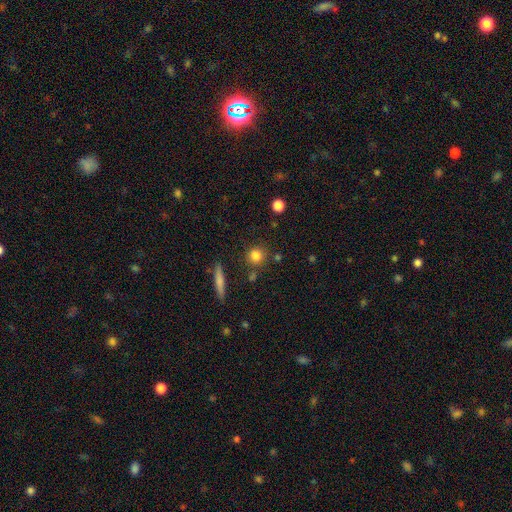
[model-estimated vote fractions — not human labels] Overall: smooth (82%). How rounded: round (84%). Merging: none (81%).